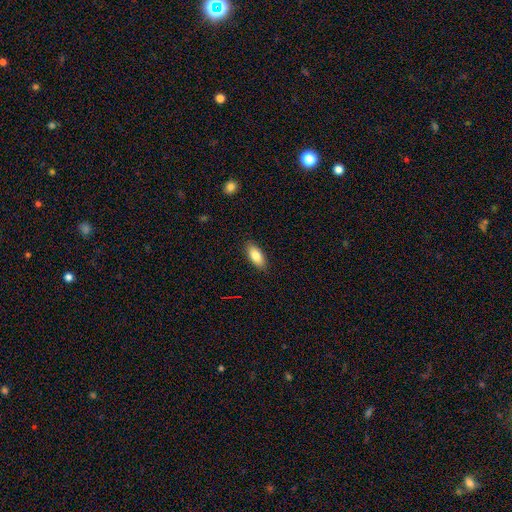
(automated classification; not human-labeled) Smooth or featured? smooth (82%)
How rounded? in between (86%)
Merging? none (88%)